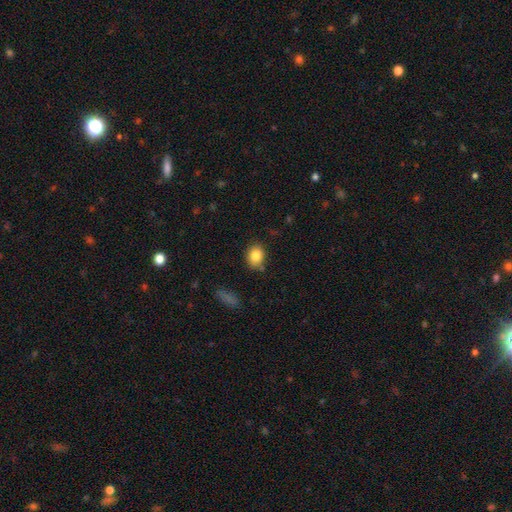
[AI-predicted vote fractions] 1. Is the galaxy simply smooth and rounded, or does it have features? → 84% smooth, 9% star or artifact, 7% featured or disk.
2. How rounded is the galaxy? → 54% in between, 45% round, 1% cigar-shaped.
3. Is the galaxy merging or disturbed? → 80% none, 14% minor disturbance, 3% merger, 3% major disturbance.